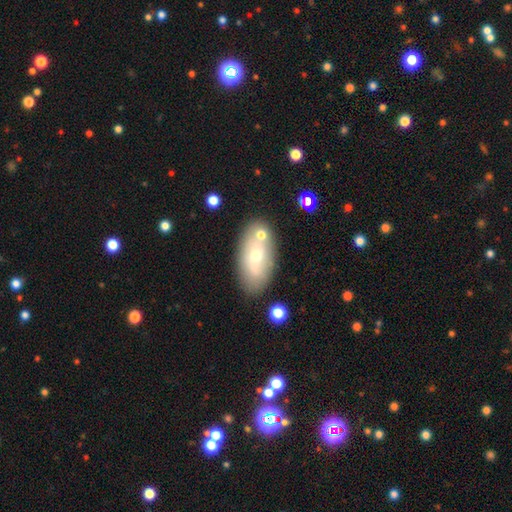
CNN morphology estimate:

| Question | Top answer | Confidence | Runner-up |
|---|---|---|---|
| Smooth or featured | smooth | 51% | featured or disk (41%) |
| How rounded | in between | 91% | round (5%) |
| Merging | none | 73% | minor disturbance (13%) |